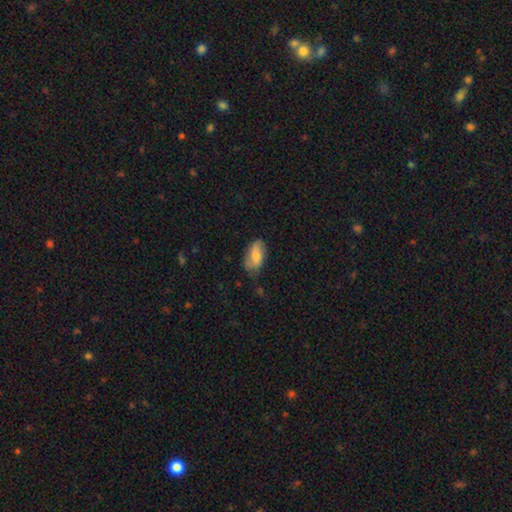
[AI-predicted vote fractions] smooth_or_featured: smooth (p=0.66) [alt: featured or disk p=0.27]
how_rounded: in between (p=0.91) [alt: cigar-shaped p=0.05]
merging: none (p=0.62) [alt: minor disturbance p=0.28]